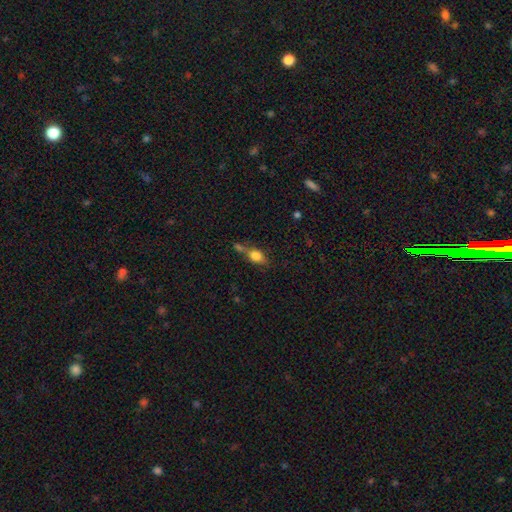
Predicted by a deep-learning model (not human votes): This is likely a smooth galaxy (75%). How rounded: likely in between (69%). Merging: marginally merger (37%, tied with none).